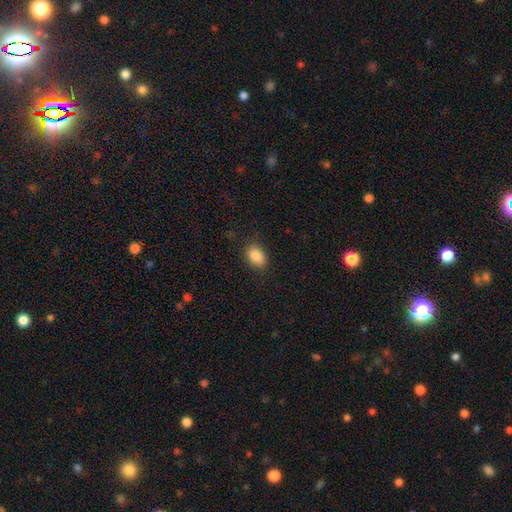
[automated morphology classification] Smooth or featured? smooth (85%)
How rounded? in between (77%)
Merging? none (79%)